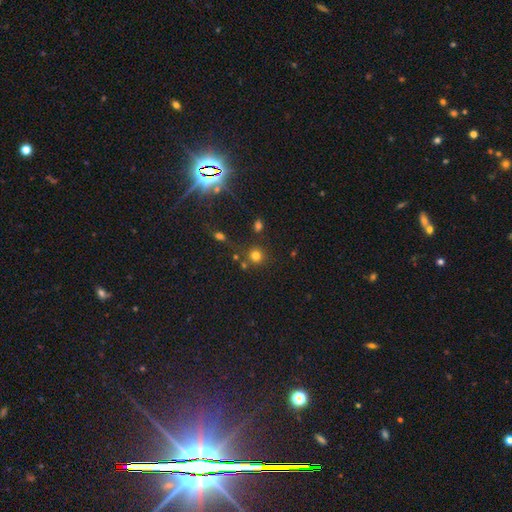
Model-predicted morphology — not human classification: A smooth galaxy with no disk features (73%) that is round (89%).

Vote fractions:
- Smooth or featured? smooth: 73% / star or artifact: 20% / featured or disk: 8%
- How rounded? round: 89% / in between: 10% / cigar-shaped: 1%
- Merging? none: 74% / merger: 11% / minor disturbance: 10% / major disturbance: 4%